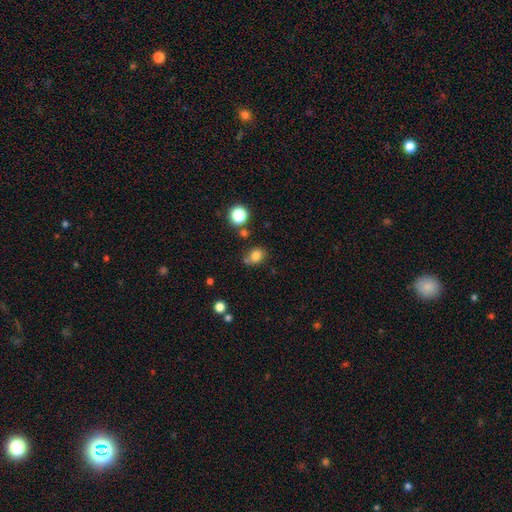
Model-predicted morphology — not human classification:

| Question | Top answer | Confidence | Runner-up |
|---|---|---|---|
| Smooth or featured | smooth | 80% | star or artifact (13%) |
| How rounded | round | 53% | in between (46%) |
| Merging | none | 67% | minor disturbance (16%) |